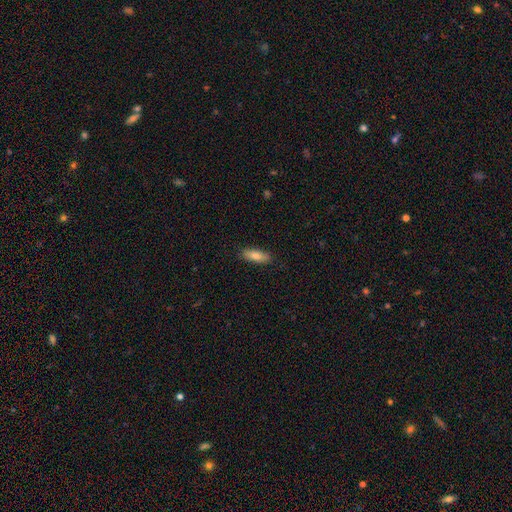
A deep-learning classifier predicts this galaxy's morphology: smooth_or_featured: smooth (p=0.80) [alt: featured or disk p=0.13]
how_rounded: in between (p=0.60) [alt: cigar-shaped p=0.38]
merging: none (p=0.87) [alt: minor disturbance p=0.10]